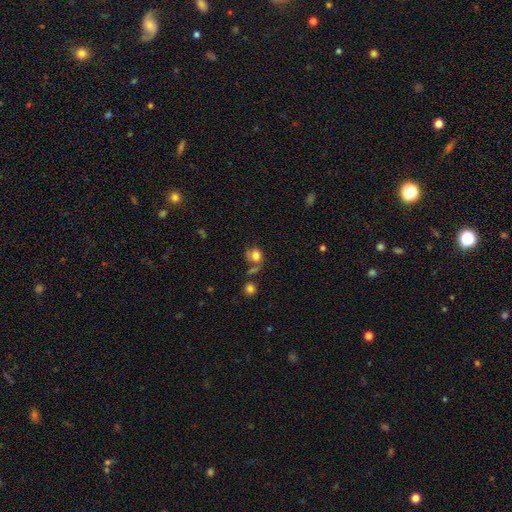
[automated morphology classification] Smooth or featured? Predicted: smooth (p=0.71). How rounded? Predicted: round (p=0.65). Merging? Predicted: none (p=0.42).